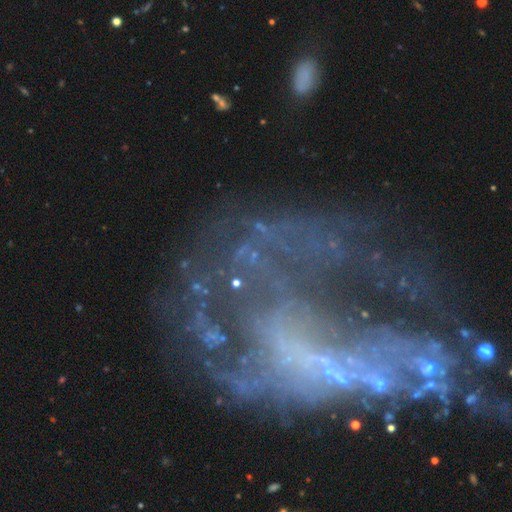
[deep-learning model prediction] Smooth or featured? featured or disk (71%)
Edge-on disk? no (95%)
Bar? no (59%)
Spiral arms? no (52%)
Bulge size? none (68%)
Merging? major disturbance (49%)